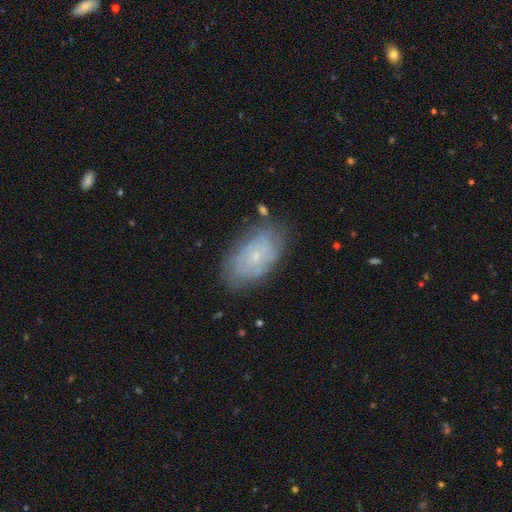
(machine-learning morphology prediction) This is possibly a featured or disk galaxy (54%). It is clearly not viewed edge-on (93%). Bar: clearly no (81%). Spiral arm pattern: likely yes (70%). Central bulge: clearly small (81%). Merging: likely none (76%).